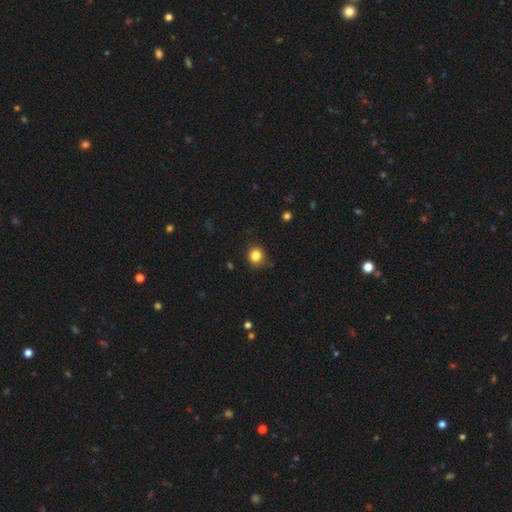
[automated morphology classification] Q: Smooth or featured?
A: smooth (83%); runner-up: star or artifact (12%)
Q: How rounded?
A: round (89%); runner-up: in between (10%)
Q: Merging?
A: none (86%); runner-up: minor disturbance (10%)